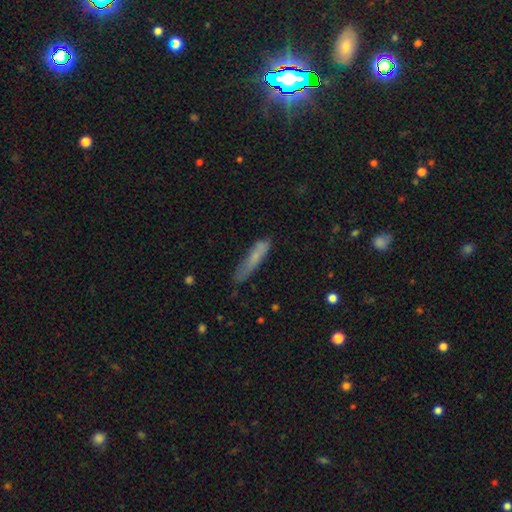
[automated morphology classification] The model was most divided on "merging": none: 63%, minor disturbance: 25%, major disturbance: 8%, merger: 4%. More confident: how rounded — cigar-shaped (88%); smooth or featured — smooth (70%).